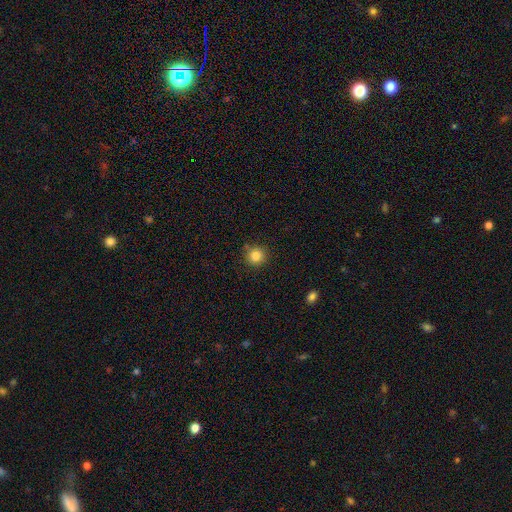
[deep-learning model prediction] A smooth galaxy with no disk features (83%) that is round (94%). Merging: none (87%).